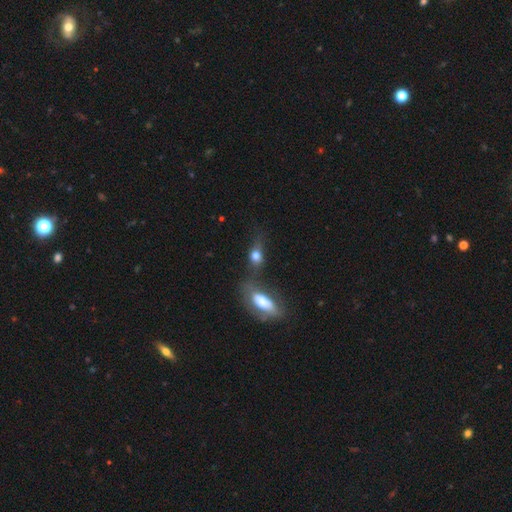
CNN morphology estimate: A smooth galaxy with no disk features (69%) that is in between round and cigar-shaped (63%).

Vote fractions:
- Smooth or featured? smooth: 69% / featured or disk: 20% / star or artifact: 12%
- How rounded? in between: 63% / round: 25% / cigar-shaped: 12%
- Merging? none: 42% / merger: 28% / minor disturbance: 18% / major disturbance: 12%